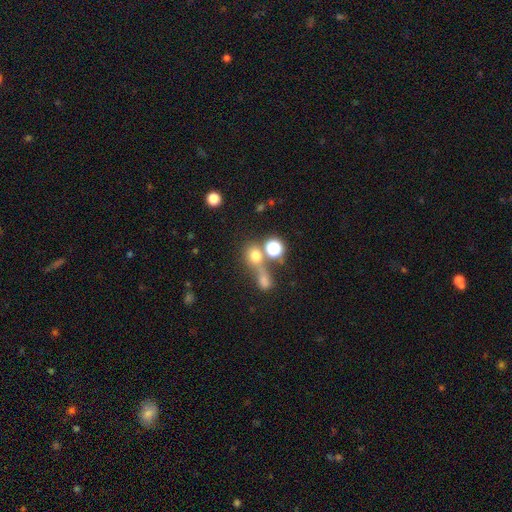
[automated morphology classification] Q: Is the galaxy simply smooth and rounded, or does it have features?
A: smooth — 67%.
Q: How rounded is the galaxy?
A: round — 73%.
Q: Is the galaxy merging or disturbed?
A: merger — 41%.